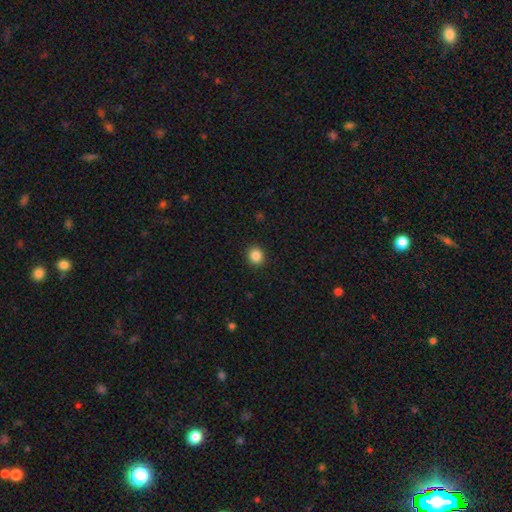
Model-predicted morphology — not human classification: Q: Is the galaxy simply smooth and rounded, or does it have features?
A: smooth — 86%.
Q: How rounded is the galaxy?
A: round — 82%.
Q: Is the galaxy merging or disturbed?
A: none — 92%.